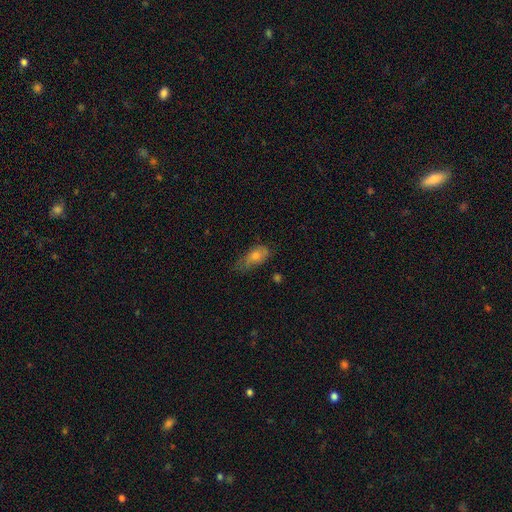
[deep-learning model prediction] A smooth galaxy with no disk features (61%) that is in between round and cigar-shaped (80%).

Vote fractions:
- Smooth or featured? smooth: 61% / featured or disk: 28% / star or artifact: 12%
- How rounded? in between: 80% / cigar-shaped: 13% / round: 7%
- Merging? none: 52% / minor disturbance: 33% / major disturbance: 13% / merger: 2%